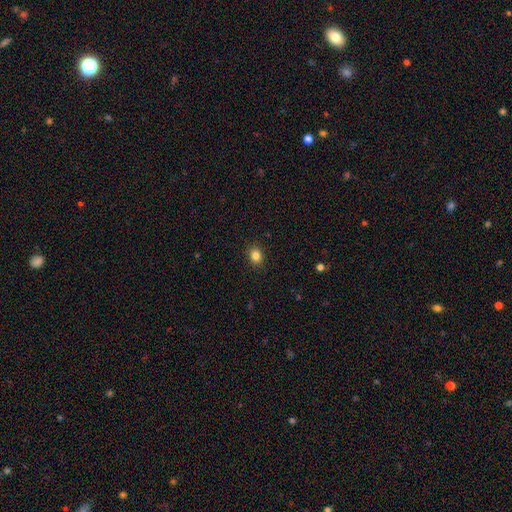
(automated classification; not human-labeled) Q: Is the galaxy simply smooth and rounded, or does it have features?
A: smooth — 84%.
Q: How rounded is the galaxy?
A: round — 52%.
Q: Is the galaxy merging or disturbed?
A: none — 90%.